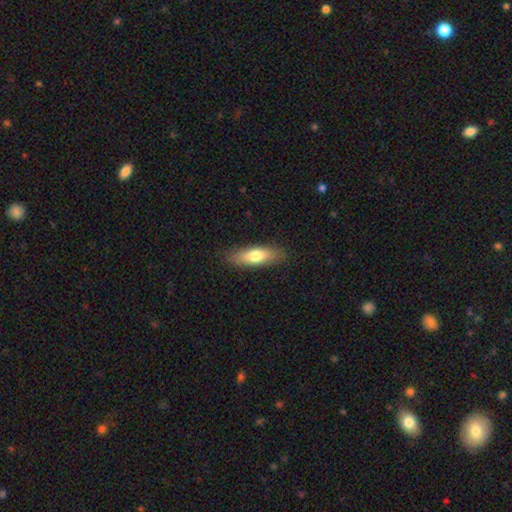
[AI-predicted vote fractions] Smooth or featured: smooth — 70% (featured or disk — 23%)
How rounded: in between — 51% (cigar-shaped — 47%)
Merging: none — 86% (minor disturbance — 10%)